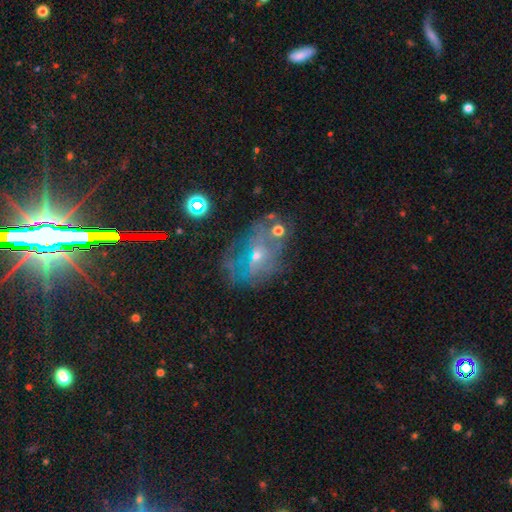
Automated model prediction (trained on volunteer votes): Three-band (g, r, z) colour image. It shows a featured or disk galaxy (60%) with no bar (56%), no spiral arms (58%) and a small central bulge (67%). Merging: none (47%).